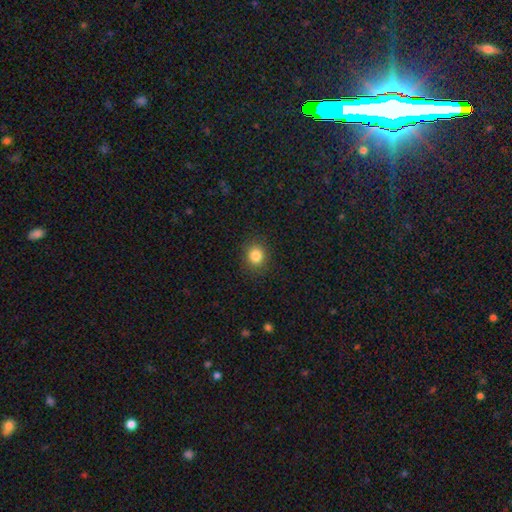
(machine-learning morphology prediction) smooth 85%, star or artifact 11%, featured or disk 5%. Down the decision tree: how rounded — round (77%); merging — none (89%).